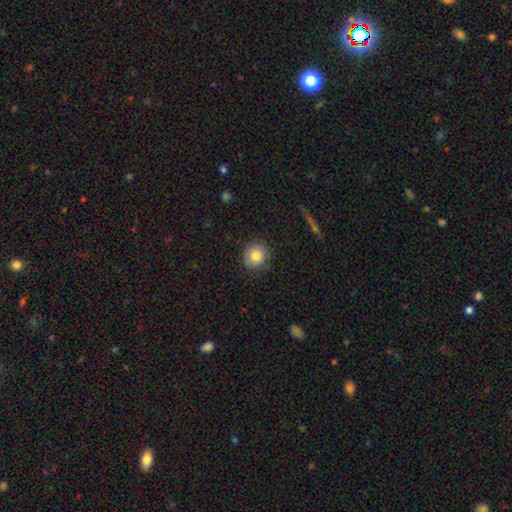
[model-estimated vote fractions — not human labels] Q: Smooth or featured?
A: smooth (80%); runner-up: featured or disk (10%)
Q: How rounded?
A: round (89%); runner-up: in between (10%)
Q: Merging?
A: none (87%); runner-up: minor disturbance (9%)